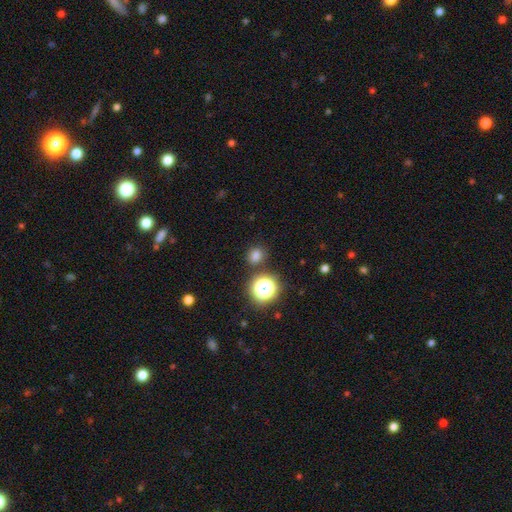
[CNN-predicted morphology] Overall: smooth (74%). How rounded: round (77%). Merging: none (84%).